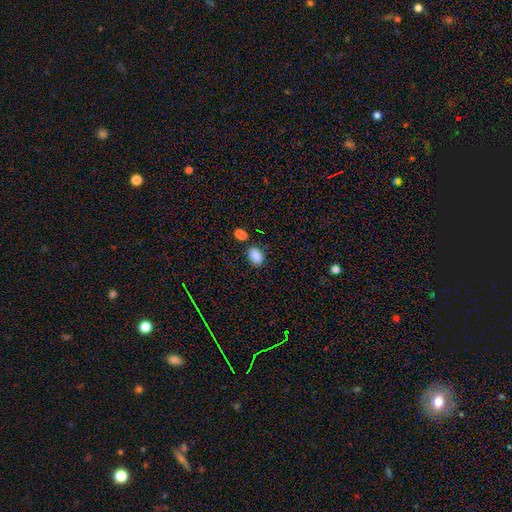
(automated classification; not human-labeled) smooth 85%, star or artifact 10%, featured or disk 5%. Down the decision tree: how rounded — in between (78%); merging — none (68%).